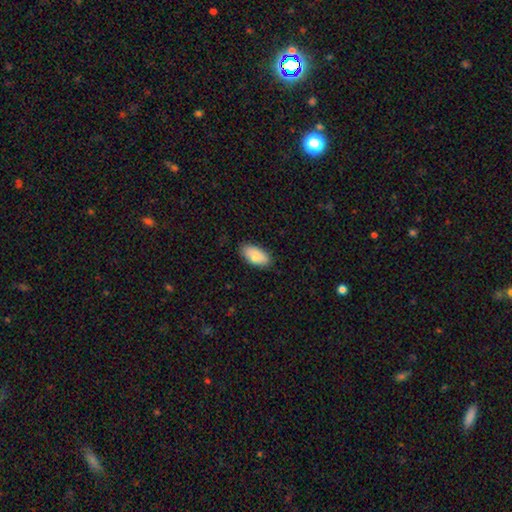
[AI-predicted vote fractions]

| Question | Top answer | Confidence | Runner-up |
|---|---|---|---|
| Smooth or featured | smooth | 85% | featured or disk (9%) |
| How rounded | in between | 93% | cigar-shaped (5%) |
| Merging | none | 82% | minor disturbance (14%) |